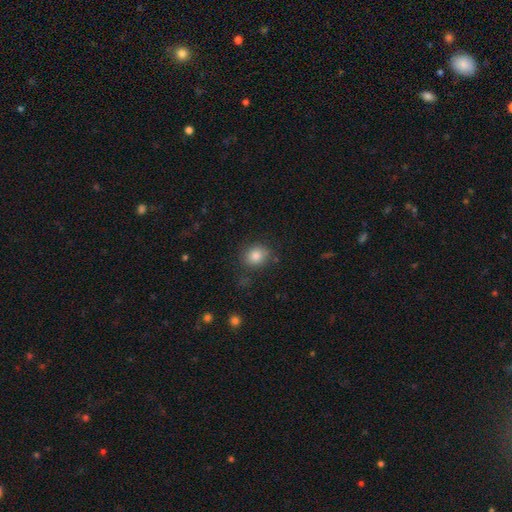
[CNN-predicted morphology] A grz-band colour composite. It shows a smooth galaxy with no disk features (84%) that is round (74%). Merging: none (77%).